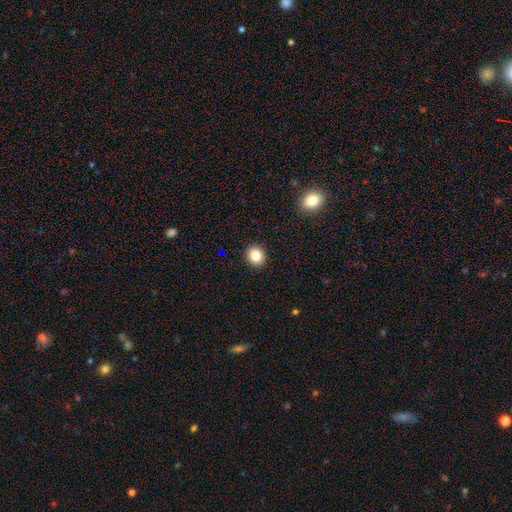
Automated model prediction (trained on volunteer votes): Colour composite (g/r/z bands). It shows a smooth galaxy with no disk features (83%) that is round (84%). Merging: none (92%).